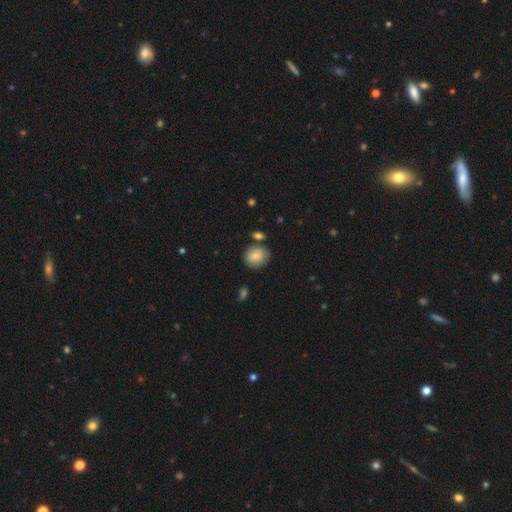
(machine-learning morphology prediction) This appears to be a smooth galaxy with no disk features (81%) that is round (71%). Merging: none (72%).